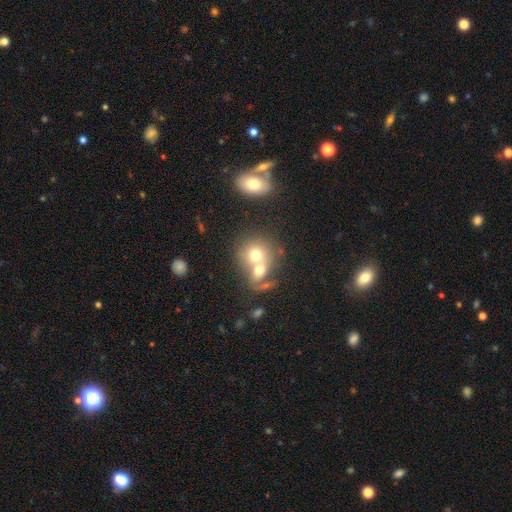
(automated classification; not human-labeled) Q: Smooth or featured?
A: smooth (65%); runner-up: featured or disk (25%)
Q: How rounded?
A: round (72%); runner-up: in between (27%)
Q: Merging?
A: merger (66%); runner-up: none (23%)